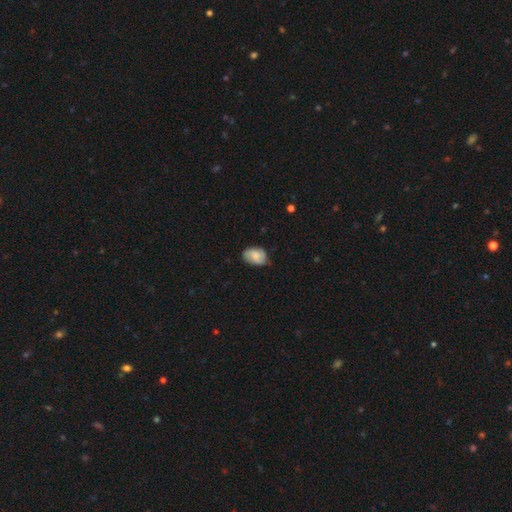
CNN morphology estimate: A smooth galaxy with no disk features (64%) that is in between round and cigar-shaped (78%).

Vote fractions:
- Smooth or featured? smooth: 64% / featured or disk: 29% / star or artifact: 7%
- How rounded? in between: 78% / round: 21% / cigar-shaped: 1%
- Merging? none: 66% / minor disturbance: 27% / major disturbance: 5% / merger: 1%